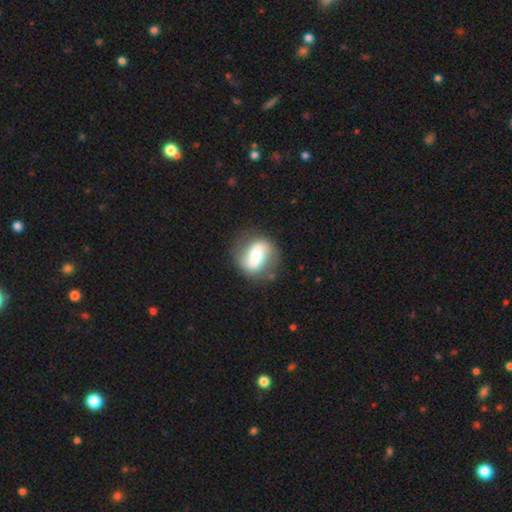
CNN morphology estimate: A featured or disk galaxy (63%) with a strong bar (51%), spiral arms (71%) and a moderate central bulge (56%).

Vote fractions:
- Smooth or featured? featured or disk: 63% / smooth: 30% / star or artifact: 7%
- Edge-on disk? no: 91% / yes: 9%
- Bar? strong: 51% / weak: 26% / no: 22%
- Spiral arms? yes: 71% / no: 29%
- Bulge size? moderate: 56% / small: 27% / large: 12% / dominant: 3% / none: 2%
- Merging? none: 75% / minor disturbance: 16% / major disturbance: 7% / merger: 2%